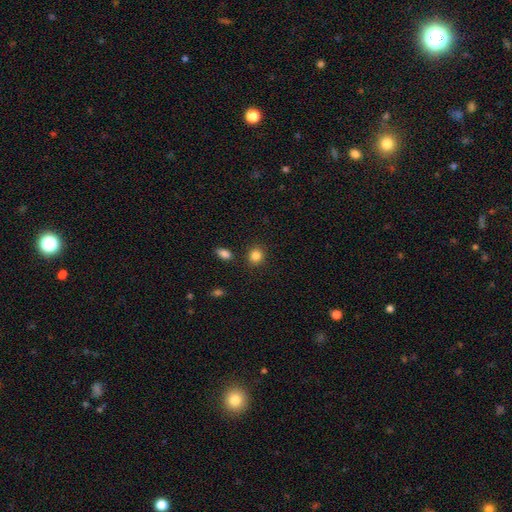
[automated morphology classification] Smooth or featured? smooth (85%)
How rounded? round (80%)
Merging? none (87%)